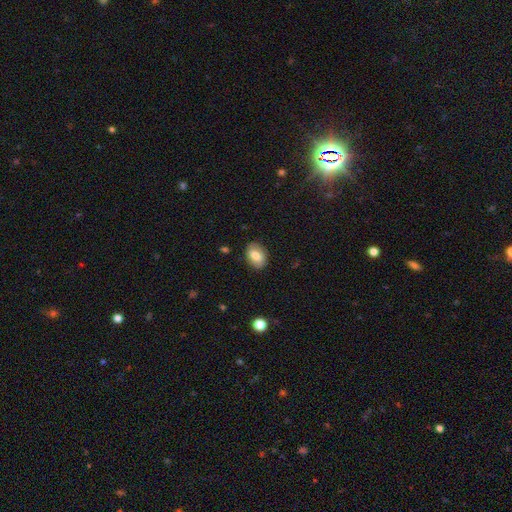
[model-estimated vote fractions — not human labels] smooth-or-featured: smooth: 78% | featured or disk: 14% | star or artifact: 7%
  how-rounded: in between: 81% | round: 18% | cigar-shaped: 1%
  merging: none: 85% | minor disturbance: 11% | major disturbance: 3% | merger: 1%